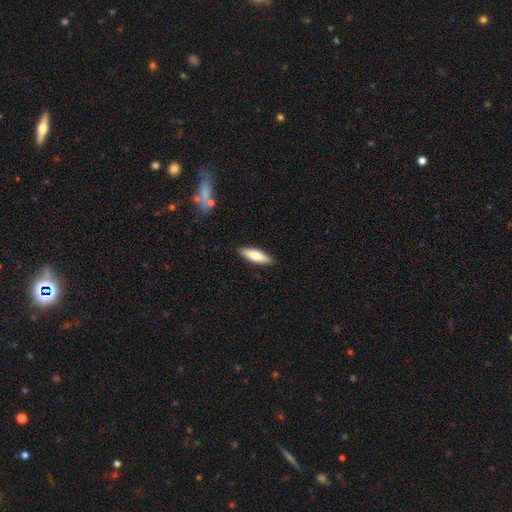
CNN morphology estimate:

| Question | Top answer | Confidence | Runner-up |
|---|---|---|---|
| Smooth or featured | smooth | 72% | featured or disk (23%) |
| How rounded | cigar-shaped | 54% | in between (44%) |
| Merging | none | 89% | minor disturbance (8%) |